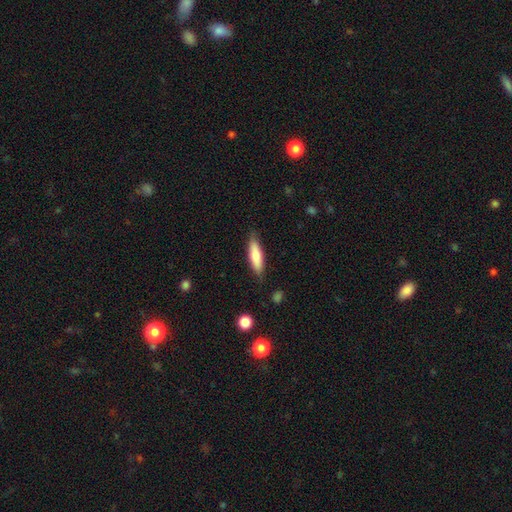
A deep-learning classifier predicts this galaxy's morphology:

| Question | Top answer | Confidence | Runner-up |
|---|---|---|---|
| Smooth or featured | smooth | 71% | featured or disk (23%) |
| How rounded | cigar-shaped | 63% | in between (35%) |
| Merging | none | 82% | minor disturbance (14%) |